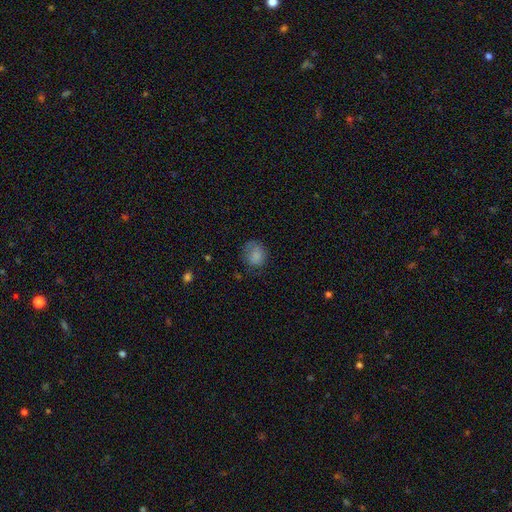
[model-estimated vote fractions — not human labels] smooth-or-featured: smooth: 81% | star or artifact: 9% | featured or disk: 9%
  how-rounded: round: 72% | in between: 27% | cigar-shaped: 1%
  merging: none: 61% | minor disturbance: 26% | major disturbance: 11% | merger: 2%